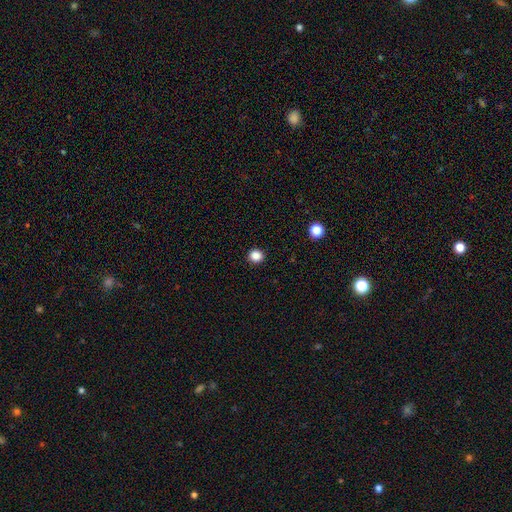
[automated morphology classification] Smooth or featured? smooth (85%)
How rounded? round (89%)
Merging? none (93%)